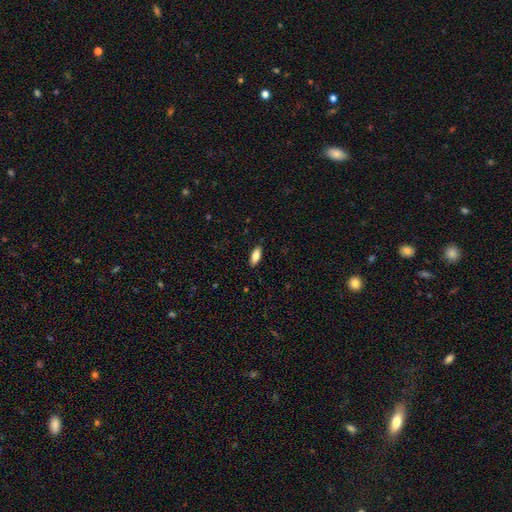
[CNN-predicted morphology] smooth_or_featured: smooth (p=0.80) [alt: featured or disk p=0.14]
how_rounded: in between (p=0.78) [alt: cigar-shaped p=0.20]
merging: none (p=0.89) [alt: minor disturbance p=0.09]